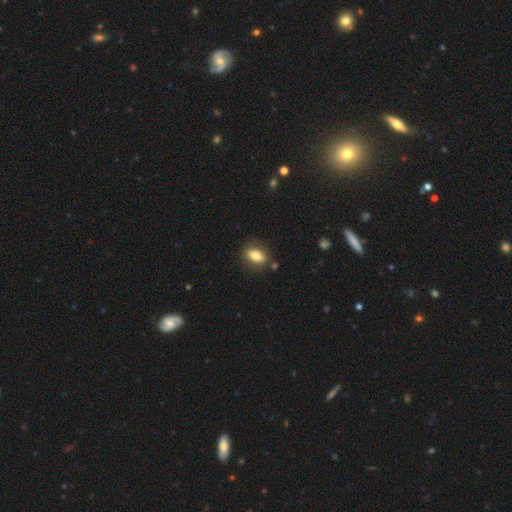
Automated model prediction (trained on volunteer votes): This appears to be a smooth galaxy with no disk features (71%) that is in between round and cigar-shaped (79%). Merging: none (82%).